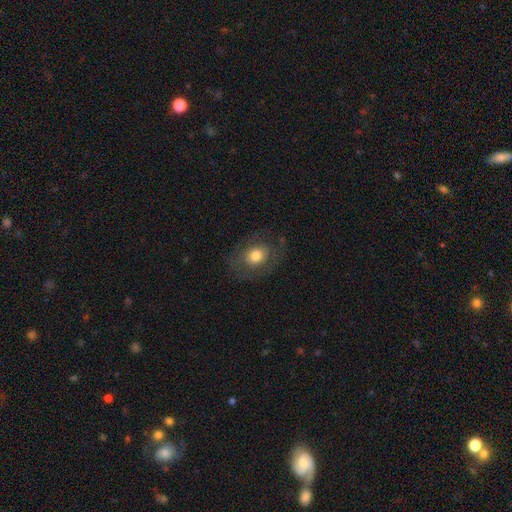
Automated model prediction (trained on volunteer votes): smooth 67%, featured or disk 24%, star or artifact 9%. Down the decision tree: how rounded — in between (56%); merging — none (74%).